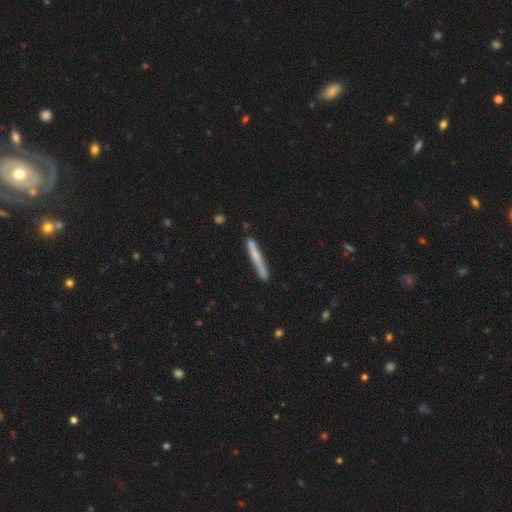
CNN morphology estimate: Smooth or featured? Predicted: smooth (p=0.57). How rounded? Predicted: cigar-shaped (p=0.96). Merging? Predicted: none (p=0.83).